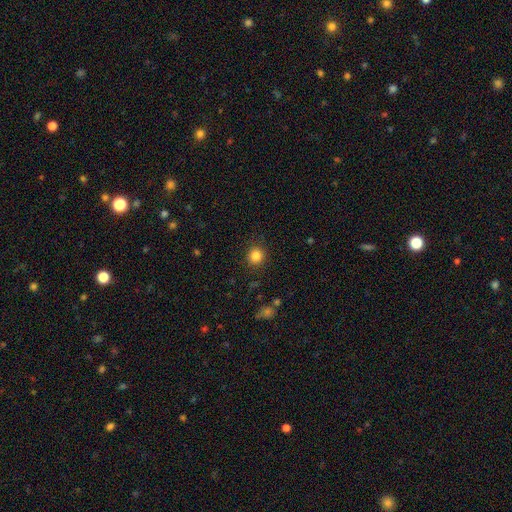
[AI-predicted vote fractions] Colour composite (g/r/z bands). It shows a smooth galaxy with no disk features (84%) that is round (92%). Merging: none (89%).